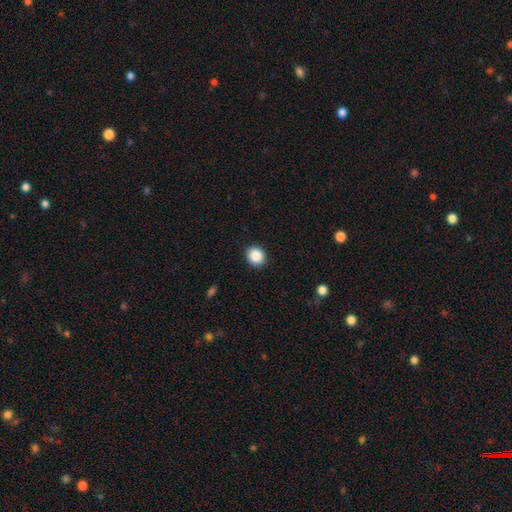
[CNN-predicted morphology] smooth_or_featured: smooth (p=0.88) [alt: star or artifact p=0.09]
how_rounded: round (p=0.78) [alt: in between p=0.21]
merging: none (p=0.91) [alt: minor disturbance p=0.06]